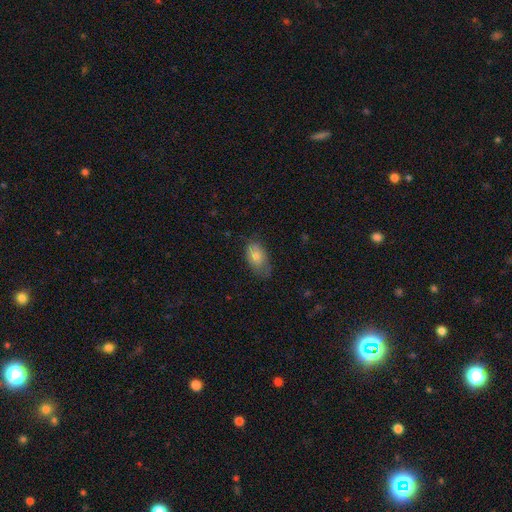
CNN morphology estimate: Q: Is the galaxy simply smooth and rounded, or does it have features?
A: smooth — 82%.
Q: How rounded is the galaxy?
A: in between — 93%.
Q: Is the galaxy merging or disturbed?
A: none — 61%.